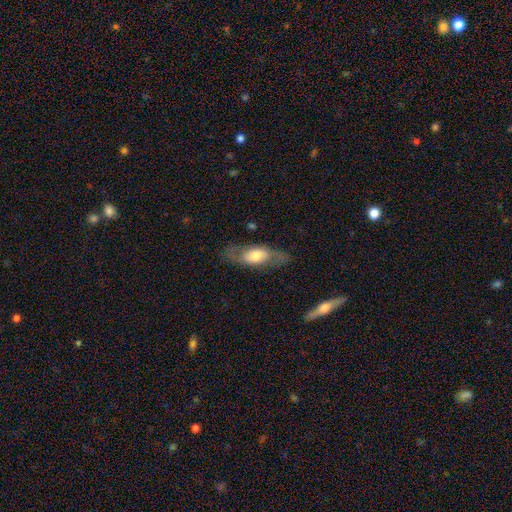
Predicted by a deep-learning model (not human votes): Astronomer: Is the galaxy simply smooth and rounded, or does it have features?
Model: featured or disk — 50% (runner-up: smooth, 44%).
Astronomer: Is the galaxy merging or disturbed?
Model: none — 73%.